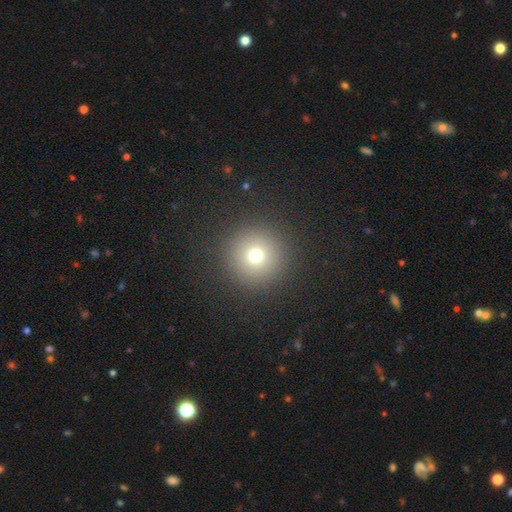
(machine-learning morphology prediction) Smooth or featured: smooth — 73% (star or artifact — 18%)
How rounded: round — 96% (in between — 3%)
Merging: none — 91% (minor disturbance — 5%)